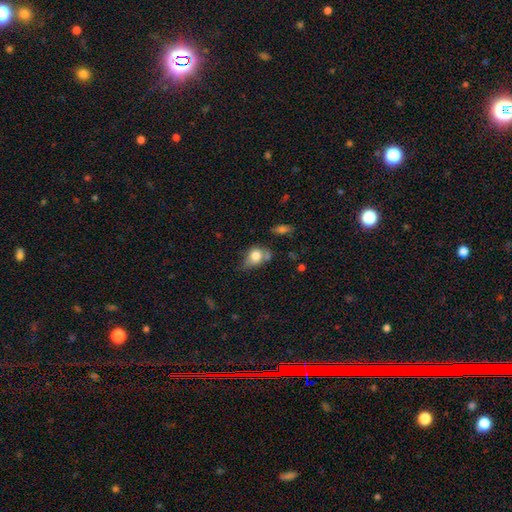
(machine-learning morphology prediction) This is likely a smooth galaxy (74%). How rounded: possibly in between (51%). Merging: marginally none (35%).